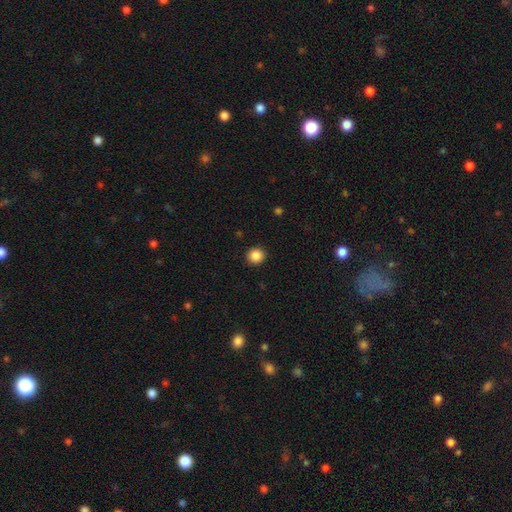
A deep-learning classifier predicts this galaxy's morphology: Smooth or featured? Predicted: smooth (p=0.87). How rounded? Predicted: round (p=0.92). Merging? Predicted: none (p=0.92).